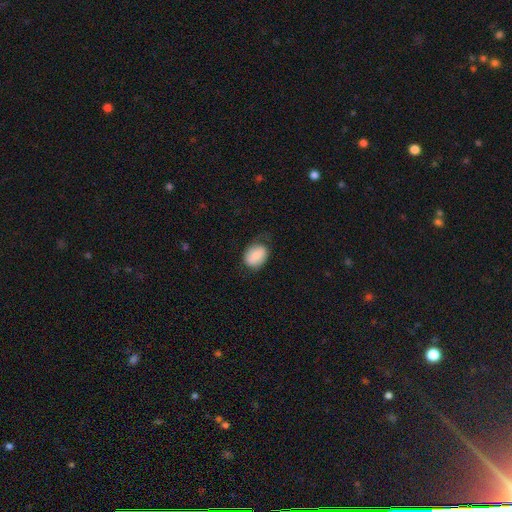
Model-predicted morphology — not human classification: type=smooth (78%); roundness=in between (64%); merging=none (62%).